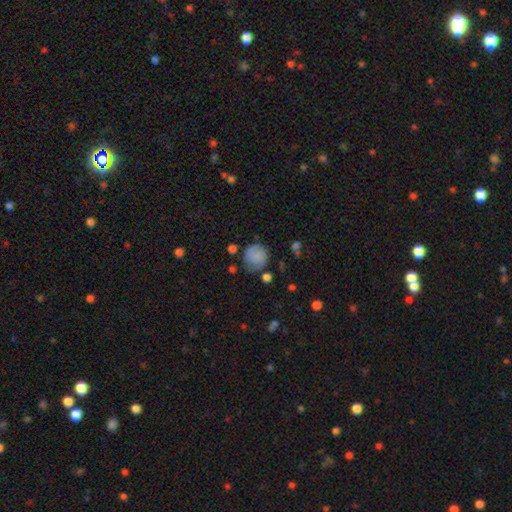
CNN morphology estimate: Overall: smooth (81%). How rounded: round (87%). Merging: none (63%; minor disturbance 24%).